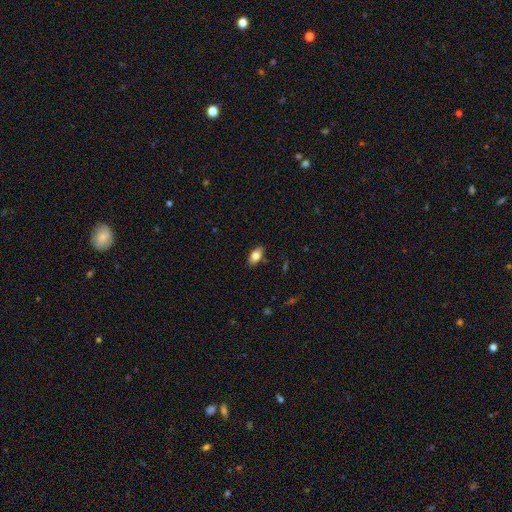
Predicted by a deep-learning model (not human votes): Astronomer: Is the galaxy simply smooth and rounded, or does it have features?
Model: smooth — 80%.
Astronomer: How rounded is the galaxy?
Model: in between — 91%.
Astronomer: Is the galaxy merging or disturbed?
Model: none — 85%.